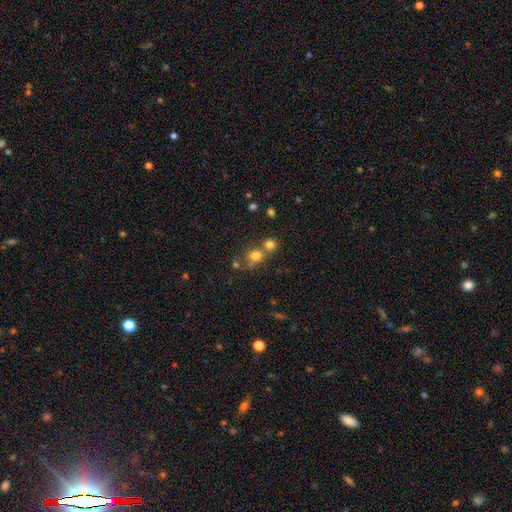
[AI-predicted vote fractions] Q: Smooth or featured?
A: smooth (73%); runner-up: star or artifact (16%)
Q: How rounded?
A: round (77%); runner-up: in between (22%)
Q: Merging?
A: none (44%); tied with: merger (44%)